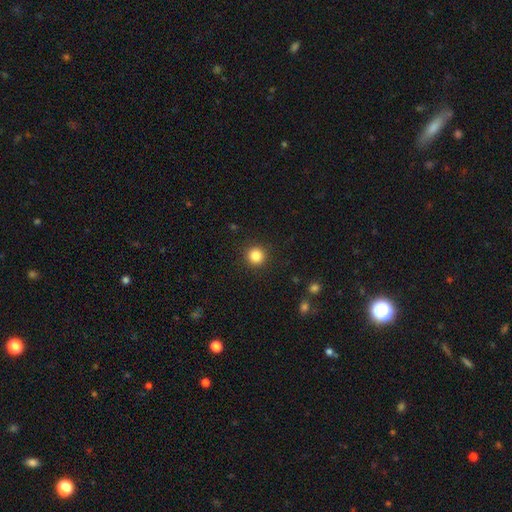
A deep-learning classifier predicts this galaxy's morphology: type=smooth (85%); roundness=round (95%); merging=none (92%).